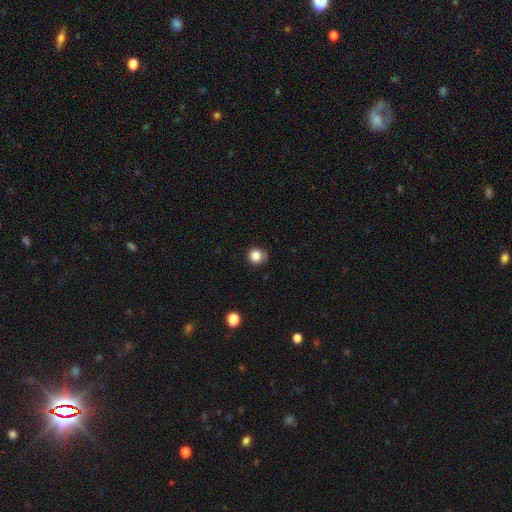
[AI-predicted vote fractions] Q: Smooth or featured?
A: smooth (84%); runner-up: star or artifact (11%)
Q: How rounded?
A: round (92%); runner-up: in between (7%)
Q: Merging?
A: none (74%); runner-up: minor disturbance (19%)